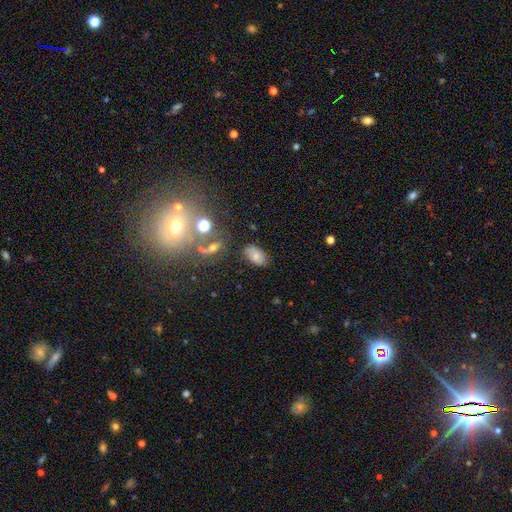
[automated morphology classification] A smooth galaxy with no disk features (64%) that is in between round and cigar-shaped (91%).

Vote fractions:
- Smooth or featured? smooth: 64% / featured or disk: 22% / star or artifact: 14%
- How rounded? in between: 91% / round: 7% / cigar-shaped: 2%
- Merging? none: 73% / minor disturbance: 17% / major disturbance: 6% / merger: 4%